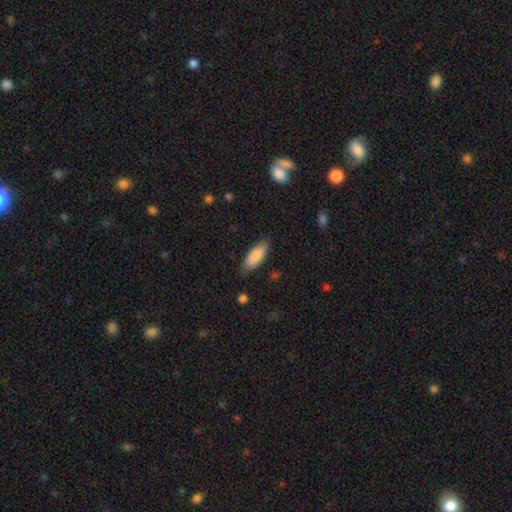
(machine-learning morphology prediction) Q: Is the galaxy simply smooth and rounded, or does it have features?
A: smooth — 87%.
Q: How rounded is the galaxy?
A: in between — 75%.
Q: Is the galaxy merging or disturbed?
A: none — 81%.